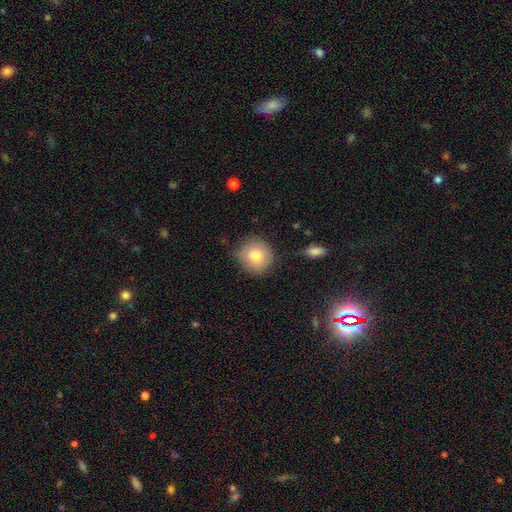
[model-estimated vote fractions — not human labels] smooth 79%, featured or disk 13%, star or artifact 8%. Down the decision tree: how rounded — round (90%); merging — none (74%).